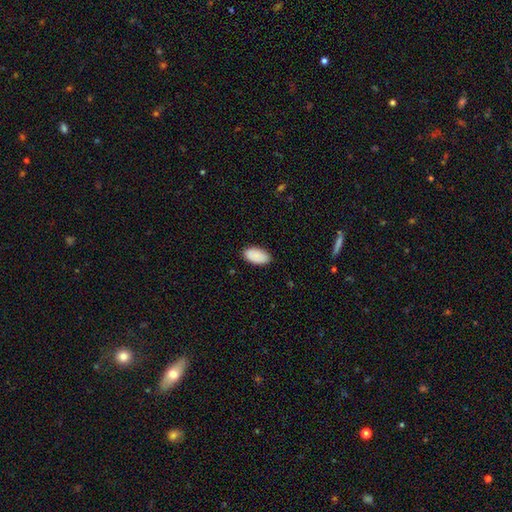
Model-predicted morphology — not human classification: A smooth galaxy with no disk features (90%) that is in between round and cigar-shaped (96%). Merging: none (86%).